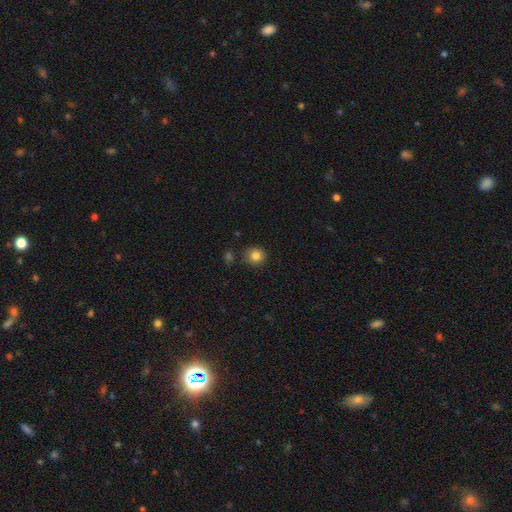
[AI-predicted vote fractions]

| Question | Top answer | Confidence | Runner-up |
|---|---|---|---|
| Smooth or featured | smooth | 84% | star or artifact (11%) |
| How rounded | round | 87% | in between (12%) |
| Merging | none | 84% | minor disturbance (11%) |